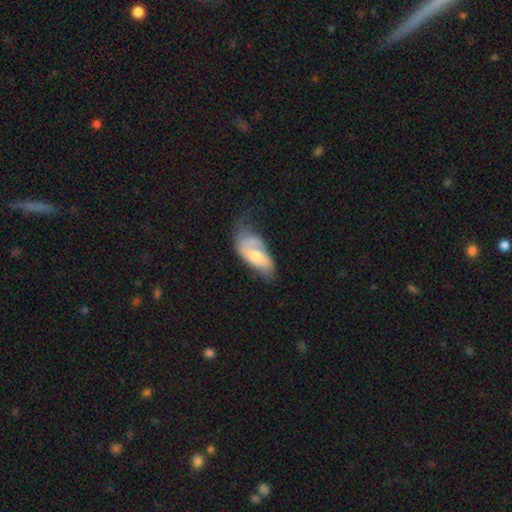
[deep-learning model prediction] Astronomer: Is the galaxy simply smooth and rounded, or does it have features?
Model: featured or disk — 49% (runner-up: smooth, 45%).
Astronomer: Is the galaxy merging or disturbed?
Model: minor disturbance — 34% (runner-up: major disturbance, 31%).